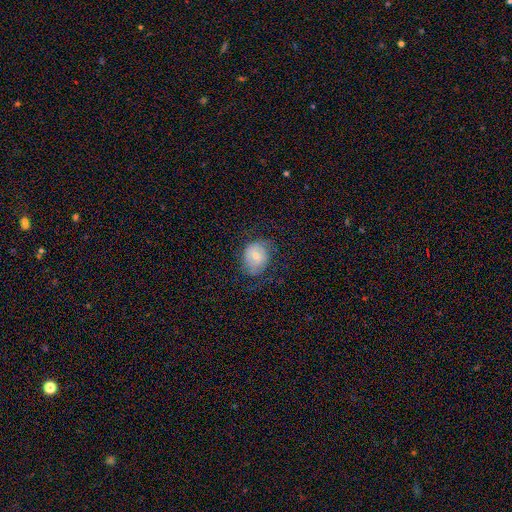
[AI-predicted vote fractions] The model was most divided on "smooth or featured": featured or disk: 47%, smooth: 45%, star or artifact: 8%. More confident: merging — none (62%).